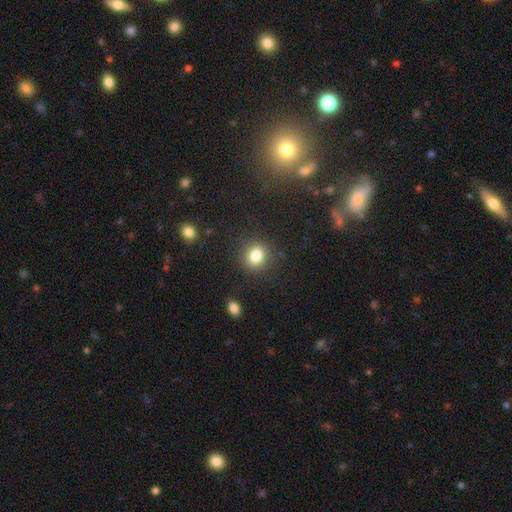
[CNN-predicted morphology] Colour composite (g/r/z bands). It shows a smooth galaxy with no disk features (82%) that is round (77%). Merging: none (87%).